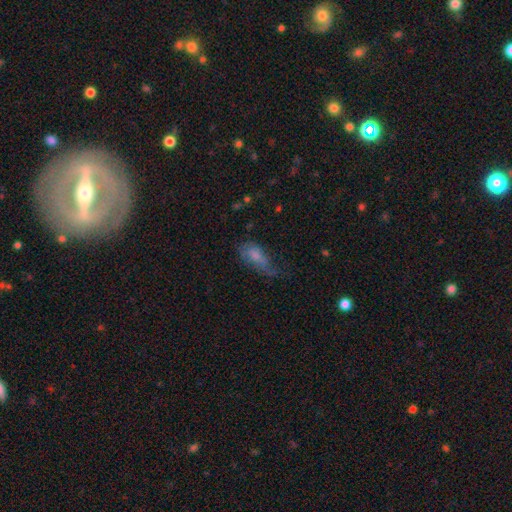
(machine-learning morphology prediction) This is likely a smooth galaxy (63%). How rounded: clearly in between (84%). Merging: marginally major disturbance (33%, tied with none).